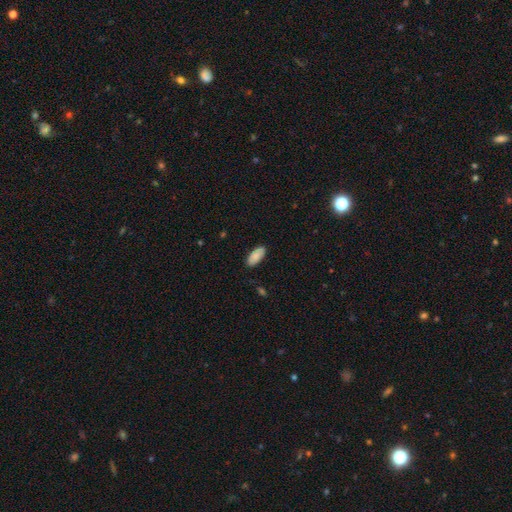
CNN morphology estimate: Smooth or featured?
  - smooth: 87% *
  - featured or disk: 7%
  - star or artifact: 6%
How rounded?
  - in between: 89% *
  - cigar-shaped: 9%
  - round: 2%
Merging?
  - none: 86% *
  - minor disturbance: 10%
  - major disturbance: 2%
  - merger: 1%